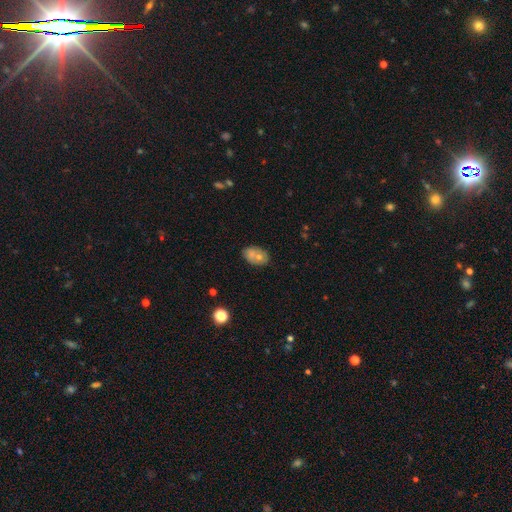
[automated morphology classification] smooth_or_featured: smooth (p=0.66) [alt: featured or disk p=0.25]
how_rounded: in between (p=0.77) [alt: round p=0.22]
merging: none (p=0.60) [alt: minor disturbance p=0.18]